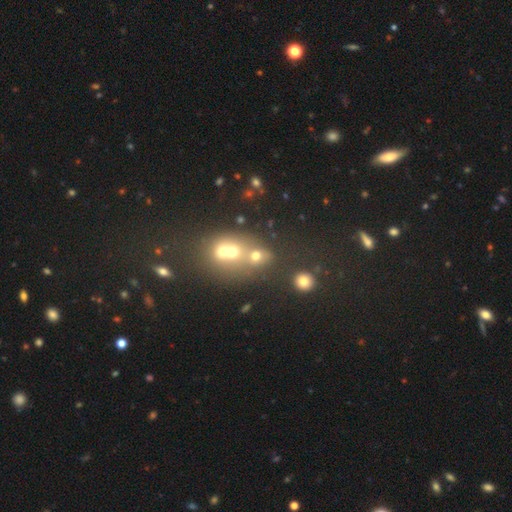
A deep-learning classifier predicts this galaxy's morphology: Smooth or featured?
  - smooth: 63% *
  - star or artifact: 21%
  - featured or disk: 16%
How rounded?
  - round: 68% *
  - in between: 30%
  - cigar-shaped: 2%
Merging?
  - merger: 50% *
  - none: 37%
  - minor disturbance: 8%
  - major disturbance: 5%